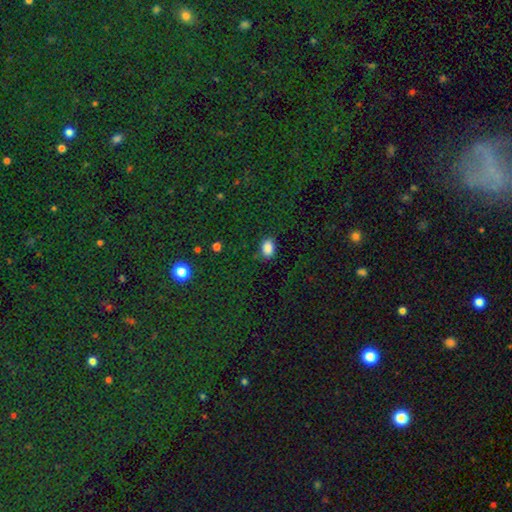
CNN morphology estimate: This is likely a star or artifact rather than a galaxy (76%).